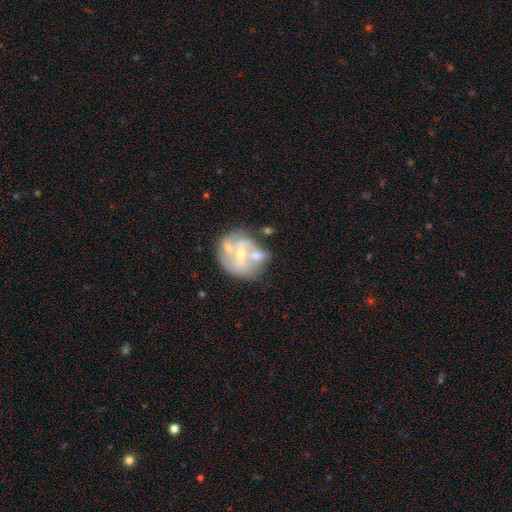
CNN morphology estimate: smooth-or-featured: featured or disk: 72% | smooth: 21% | star or artifact: 7%
  disk-edge-on: no: 97% | yes: 3%
    bar: no: 47% | weak: 37% | strong: 16%
    has-spiral-arms: yes: 66% | no: 34%
    bulge-size: moderate: 55% | small: 39% | large: 2% | none: 2% | dominant: 1%
  merging: none: 39% | merger: 30% | minor disturbance: 19% | major disturbance: 12%